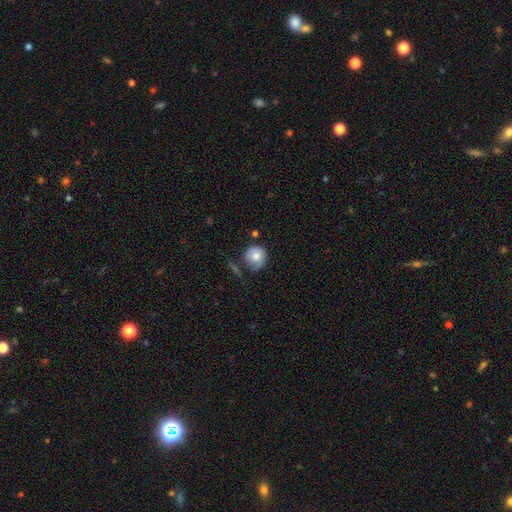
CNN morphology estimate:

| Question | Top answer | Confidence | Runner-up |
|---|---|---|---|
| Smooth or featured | smooth | 77% | featured or disk (15%) |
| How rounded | round | 89% | in between (10%) |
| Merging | none | 61% | minor disturbance (24%) |